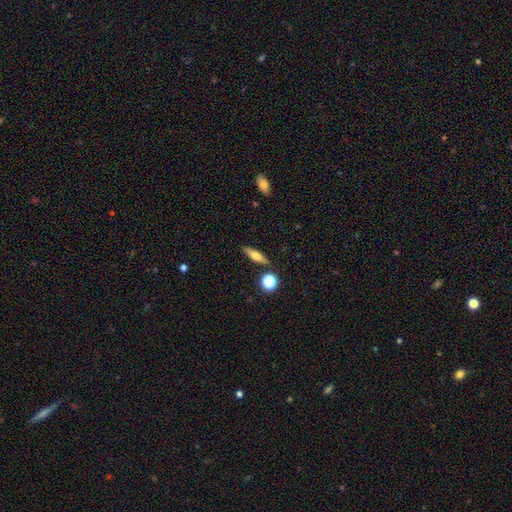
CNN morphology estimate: A smooth galaxy with no disk features (54%) that is cigar-shaped (57%).

Vote fractions:
- Smooth or featured? smooth: 54% / featured or disk: 36% / star or artifact: 9%
- How rounded? cigar-shaped: 57% / in between: 37% / round: 6%
- Merging? none: 85% / minor disturbance: 9% / merger: 4% / major disturbance: 2%